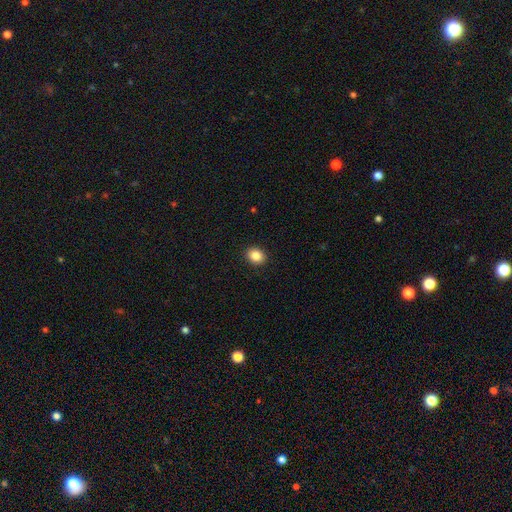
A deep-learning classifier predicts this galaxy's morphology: smooth 86%, star or artifact 9%, featured or disk 5%. Down the decision tree: how rounded — round (57%); merging — none (91%).